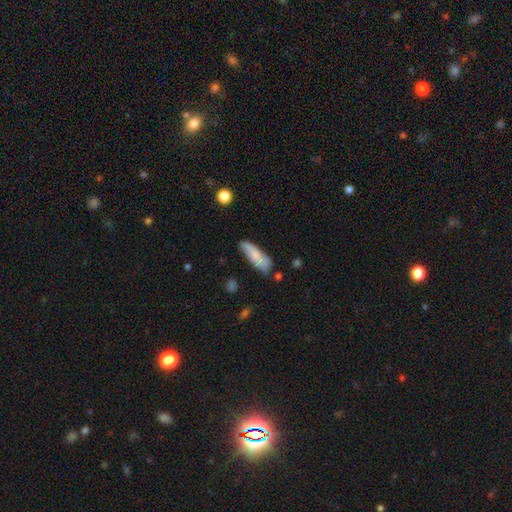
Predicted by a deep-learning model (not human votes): Smooth or featured? smooth (74%)
How rounded? in between (56%)
Merging? none (60%)